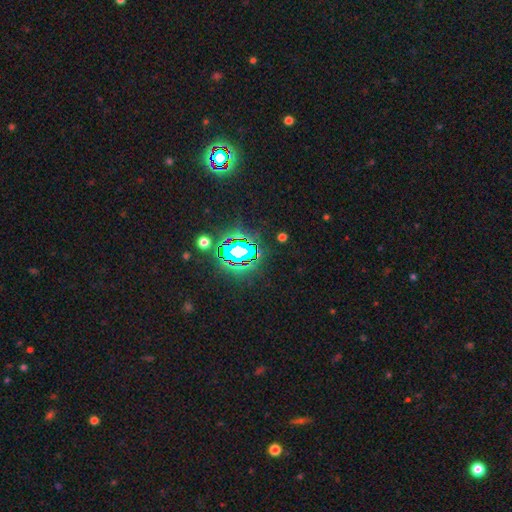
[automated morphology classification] This is likely a star or artifact rather than a galaxy (78%).